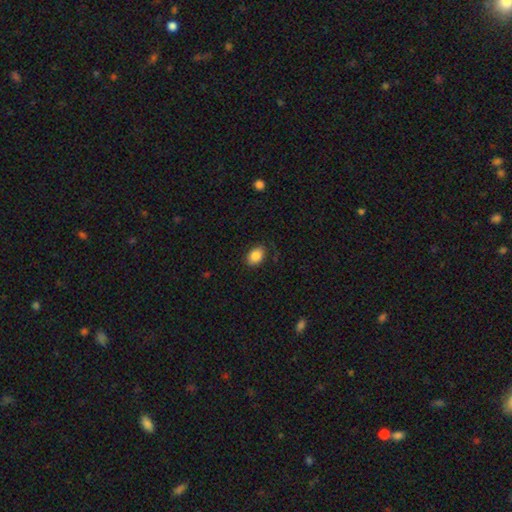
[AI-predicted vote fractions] smooth_or_featured: smooth (p=0.86) [alt: star or artifact p=0.08]
how_rounded: in between (p=0.82) [alt: round p=0.17]
merging: none (p=0.81) [alt: minor disturbance p=0.14]